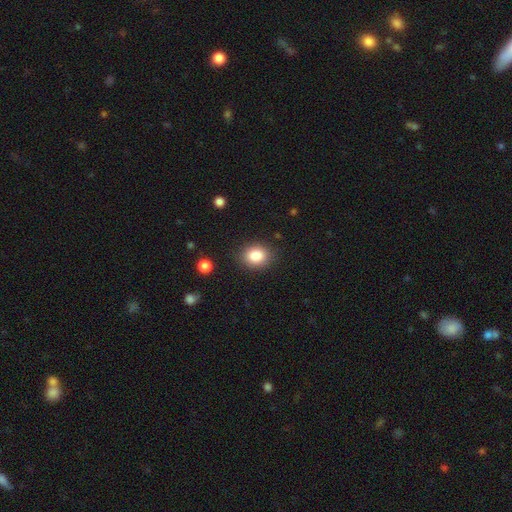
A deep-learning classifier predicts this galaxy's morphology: Smooth or featured? Predicted: smooth (p=0.85). How rounded? Predicted: round (p=0.57). Merging? Predicted: none (p=0.87).